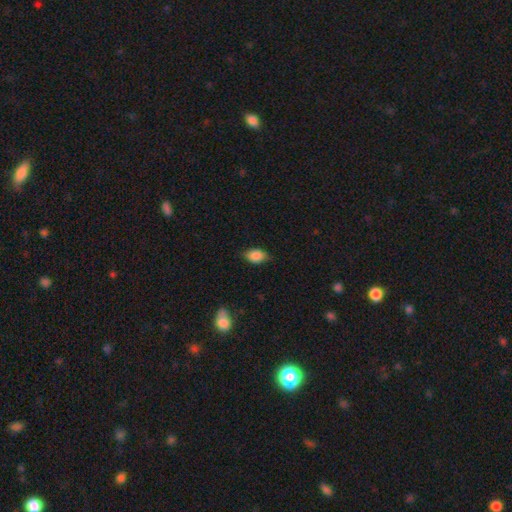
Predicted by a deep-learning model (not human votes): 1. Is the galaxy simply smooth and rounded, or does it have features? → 86% smooth, 8% star or artifact, 6% featured or disk.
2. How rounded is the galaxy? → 85% in between, 13% round, 2% cigar-shaped.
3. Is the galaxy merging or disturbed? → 77% none, 19% minor disturbance, 3% major disturbance, 1% merger.